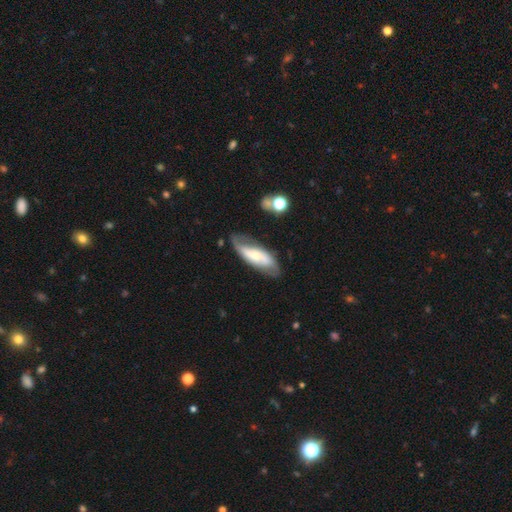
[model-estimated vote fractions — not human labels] featured or disk 59%, smooth 35%, star or artifact 6%. Down the decision tree: edge-on disk — no (83%); merging — none (64%).